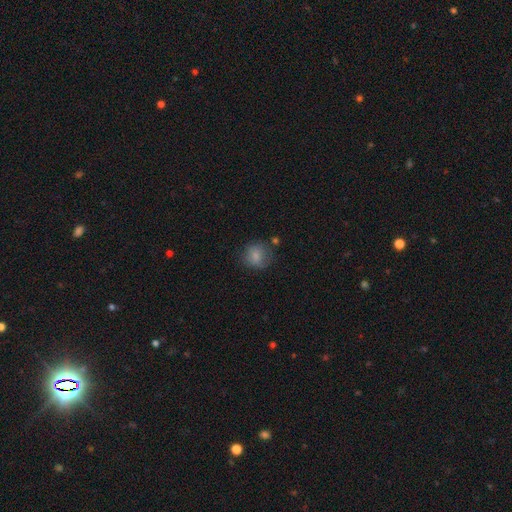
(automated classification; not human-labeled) Morphology: type=smooth (81%); roundness=round (80%); merging=none (69%).